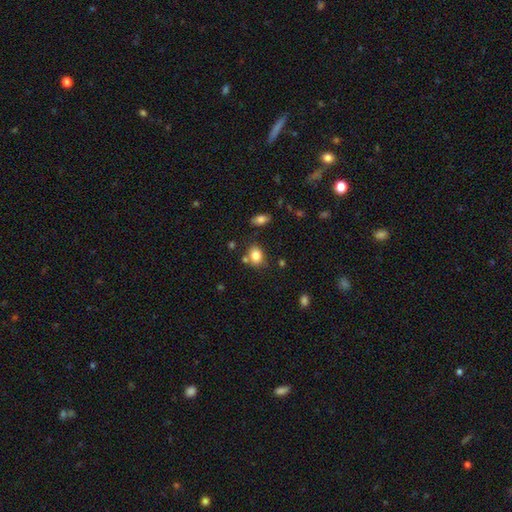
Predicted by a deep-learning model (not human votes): smooth 83%, star or artifact 10%, featured or disk 7%. Down the decision tree: how rounded — in between (54%); merging — none (69%).